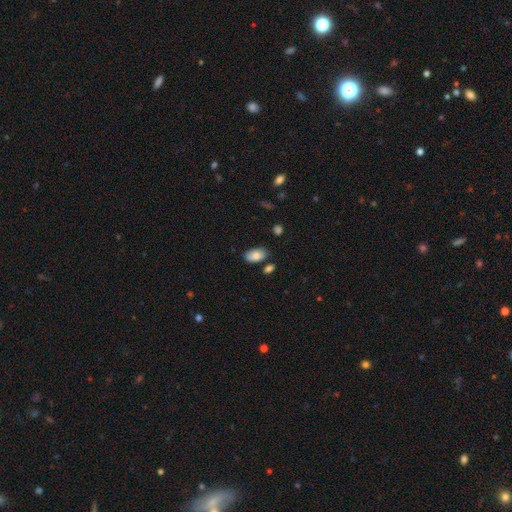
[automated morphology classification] This is clearly a smooth galaxy (80%). How rounded: clearly in between (94%). Merging: likely none (78%).